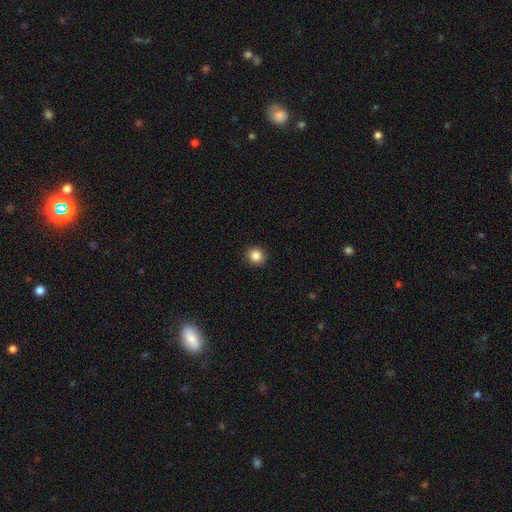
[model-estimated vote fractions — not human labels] Q: Smooth or featured?
A: smooth (85%); runner-up: star or artifact (10%)
Q: How rounded?
A: round (88%); runner-up: in between (11%)
Q: Merging?
A: none (92%); runner-up: minor disturbance (6%)